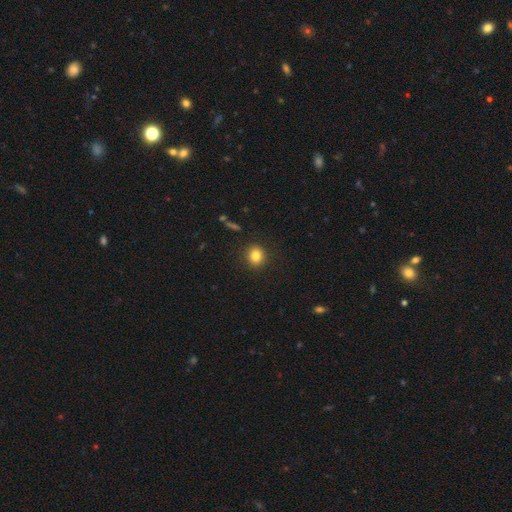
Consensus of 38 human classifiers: Smooth or featured: smooth — 87% (star or artifact — 8%)
How rounded: round — 85% (in between — 15%)
Merging: none — 91% (minor disturbance — 9%)